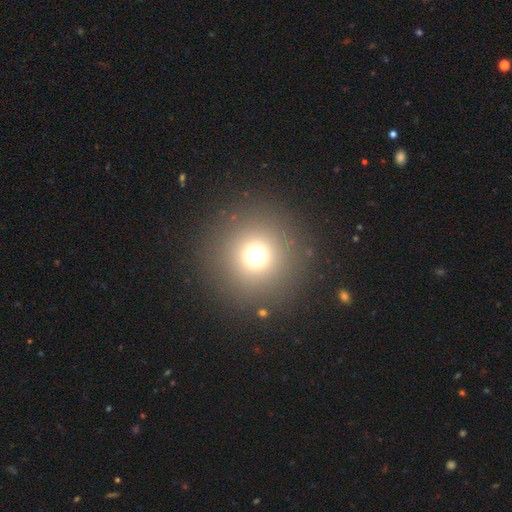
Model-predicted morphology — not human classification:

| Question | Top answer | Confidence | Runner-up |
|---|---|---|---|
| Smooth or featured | smooth | 68% | star or artifact (25%) |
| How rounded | round | 95% | in between (4%) |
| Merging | none | 89% | minor disturbance (5%) |